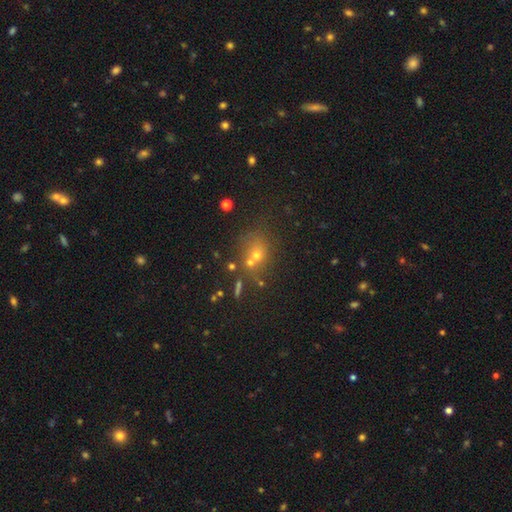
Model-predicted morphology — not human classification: smooth 53%, star or artifact 31%, featured or disk 15%. Down the decision tree: how rounded — round (69%); merging — none (52%).